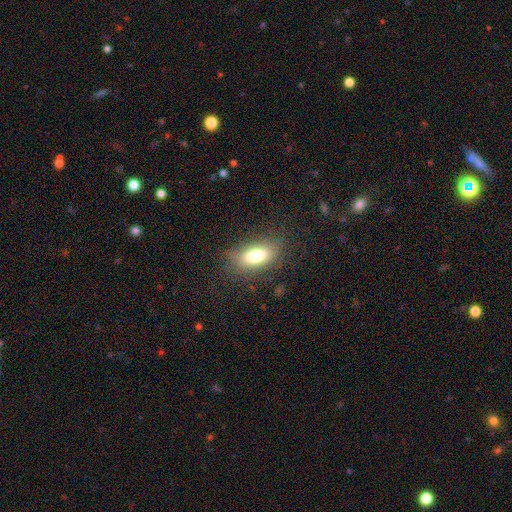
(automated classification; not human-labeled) smooth-or-featured: smooth: 74% | featured or disk: 17% | star or artifact: 9%
  how-rounded: in between: 80% | cigar-shaped: 15% | round: 5%
  merging: none: 77% | minor disturbance: 16% | major disturbance: 6% | merger: 1%